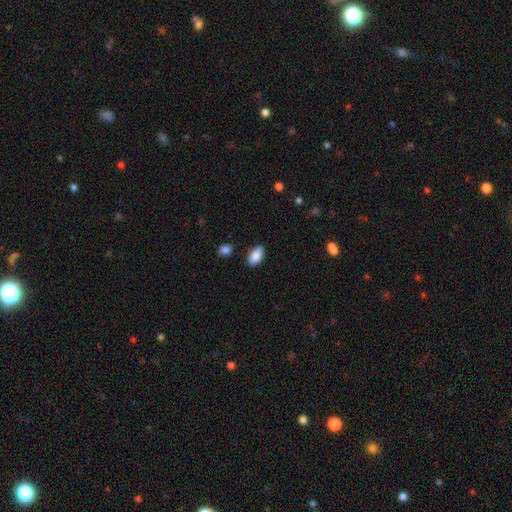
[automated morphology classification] Smooth or featured? Predicted: smooth (p=0.88). How rounded? Predicted: in between (p=0.93). Merging? Predicted: none (p=0.86).